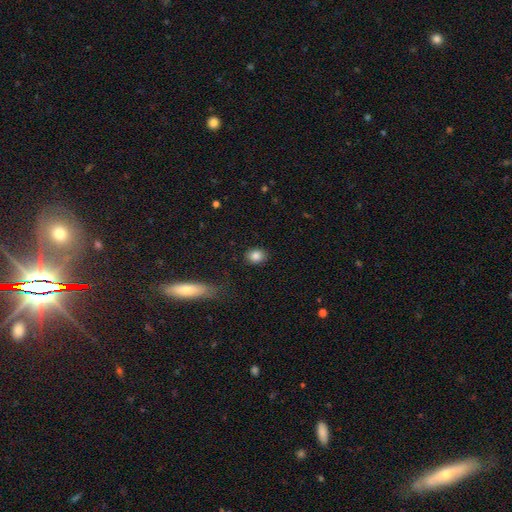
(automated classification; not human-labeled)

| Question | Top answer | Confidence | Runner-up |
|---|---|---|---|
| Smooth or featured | smooth | 86% | star or artifact (9%) |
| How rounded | round | 53% | in between (46%) |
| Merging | none | 87% | minor disturbance (9%) |